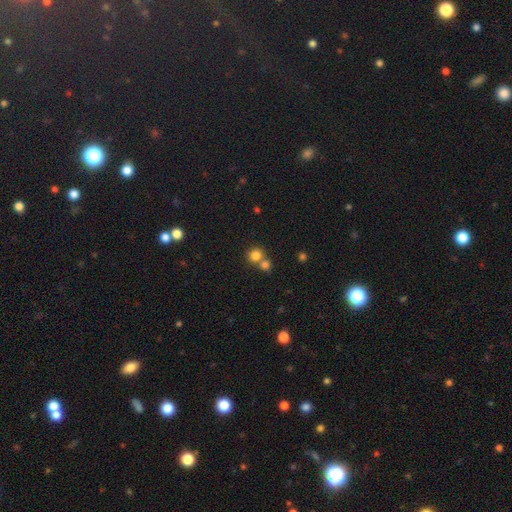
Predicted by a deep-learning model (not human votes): Smooth or featured?
  - smooth: 80% *
  - star or artifact: 13%
  - featured or disk: 7%
How rounded?
  - round: 87% *
  - in between: 12%
  - cigar-shaped: 1%
Merging?
  - none: 50% *
  - merger: 41%
  - minor disturbance: 6%
  - major disturbance: 3%